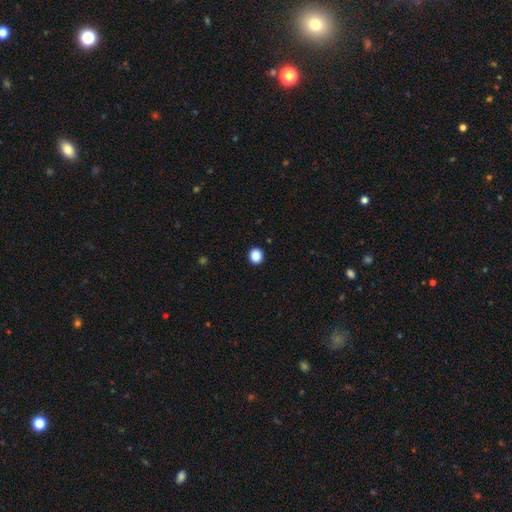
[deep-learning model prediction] The model was most divided on "how rounded": round: 85%, in between: 14%, cigar-shaped: 1%. More confident: merging — none (93%); smooth or featured — smooth (88%).